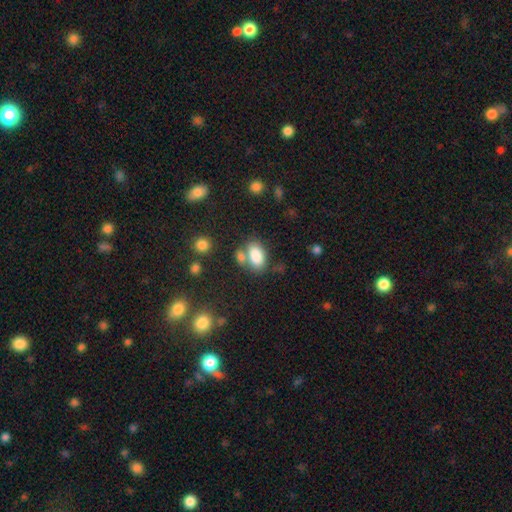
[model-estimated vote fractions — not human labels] Smooth or featured?
  - smooth: 84% *
  - star or artifact: 9%
  - featured or disk: 8%
How rounded?
  - in between: 88% *
  - round: 10%
  - cigar-shaped: 2%
Merging?
  - none: 51% *
  - merger: 29%
  - minor disturbance: 14%
  - major disturbance: 5%